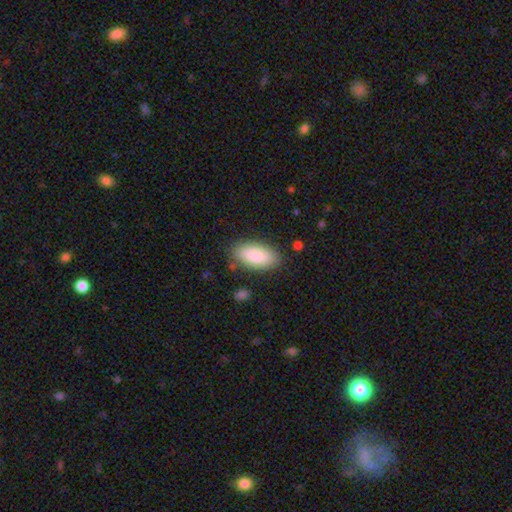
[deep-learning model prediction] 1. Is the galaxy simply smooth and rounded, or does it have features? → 87% smooth, 7% featured or disk, 6% star or artifact.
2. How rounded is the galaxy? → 91% in between, 7% cigar-shaped, 2% round.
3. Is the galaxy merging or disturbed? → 83% none, 12% minor disturbance, 3% major disturbance, 2% merger.